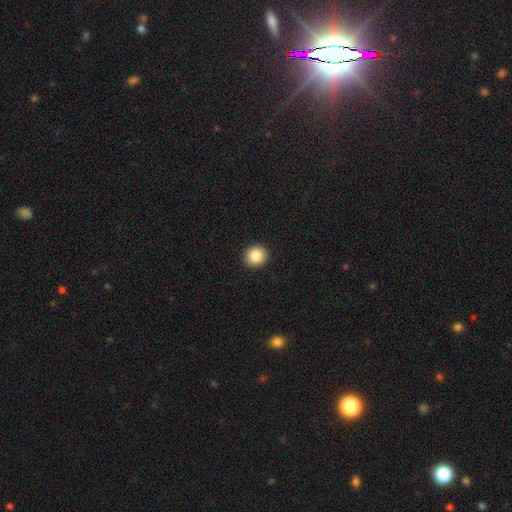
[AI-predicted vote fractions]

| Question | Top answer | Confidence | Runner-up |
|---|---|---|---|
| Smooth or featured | smooth | 86% | star or artifact (9%) |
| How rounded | round | 90% | in between (9%) |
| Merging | none | 93% | minor disturbance (5%) |